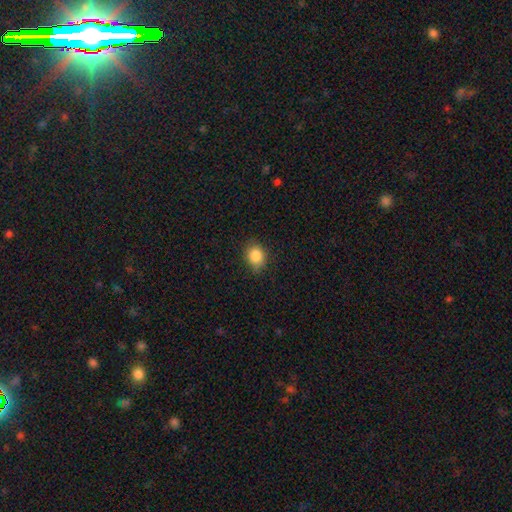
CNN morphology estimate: Smooth or featured?
  - smooth: 86% *
  - star or artifact: 9%
  - featured or disk: 5%
How rounded?
  - round: 52% *
  - in between: 47%
  - cigar-shaped: 1%
Merging?
  - none: 81% *
  - minor disturbance: 15%
  - major disturbance: 3%
  - merger: 1%